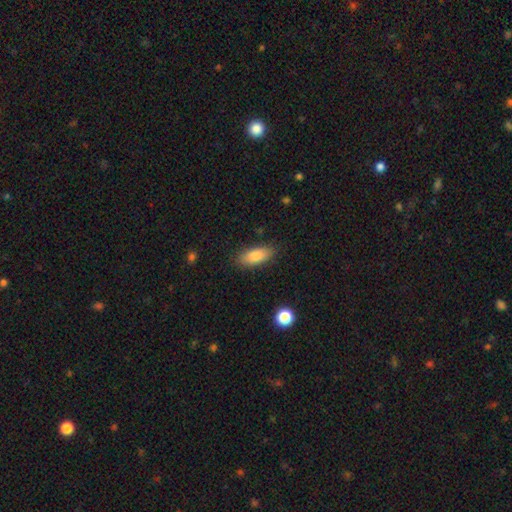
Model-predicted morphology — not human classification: Smooth or featured? Predicted: smooth (p=0.85). How rounded? Predicted: in between (p=0.78). Merging? Predicted: none (p=0.85).